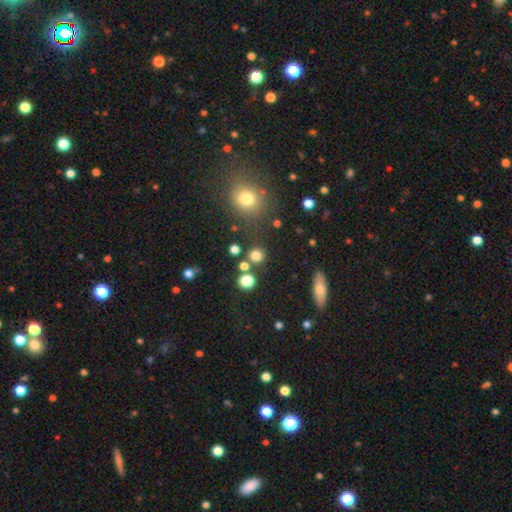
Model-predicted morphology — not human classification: This appears to be a smooth galaxy with no disk features (77%) that is round (90%). Merging: none (78%).